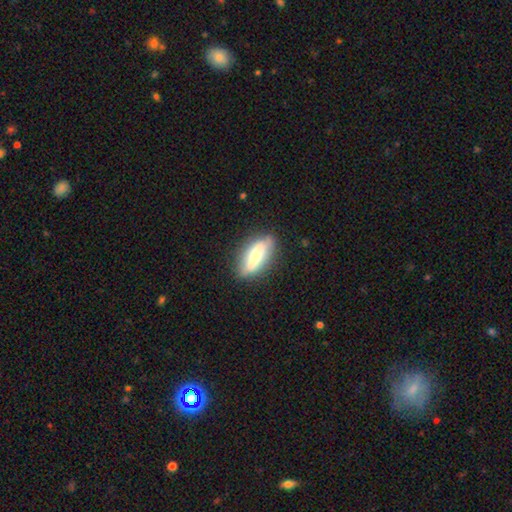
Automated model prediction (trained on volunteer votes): The model was most divided on "how rounded": in between: 55%, cigar-shaped: 42%, round: 3%. More confident: merging — none (81%); smooth or featured — smooth (57%).